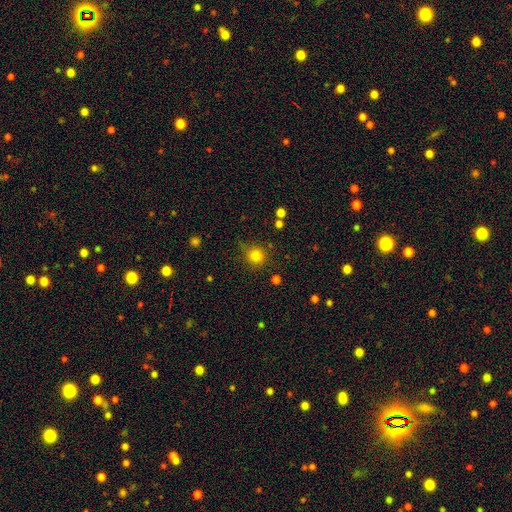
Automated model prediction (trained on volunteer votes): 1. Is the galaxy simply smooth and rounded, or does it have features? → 82% smooth, 13% star or artifact, 5% featured or disk.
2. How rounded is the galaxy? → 93% round, 6% in between, 1% cigar-shaped.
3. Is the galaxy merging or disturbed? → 81% none, 12% minor disturbance, 4% major disturbance, 3% merger.